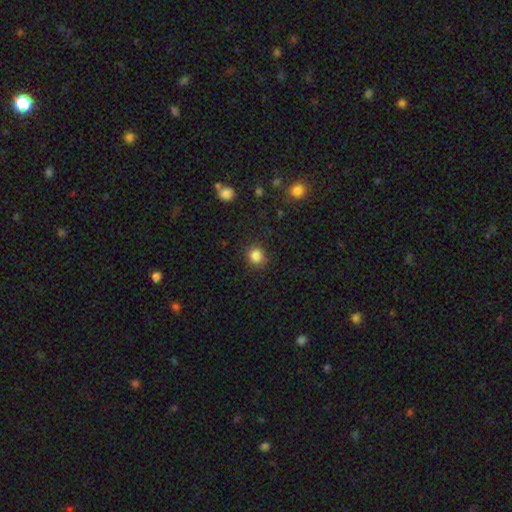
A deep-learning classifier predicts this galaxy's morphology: smooth-or-featured: smooth: 85% | star or artifact: 11% | featured or disk: 4%
  how-rounded: round: 87% | in between: 12% | cigar-shaped: 1%
  merging: none: 87% | minor disturbance: 9% | major disturbance: 3% | merger: 1%